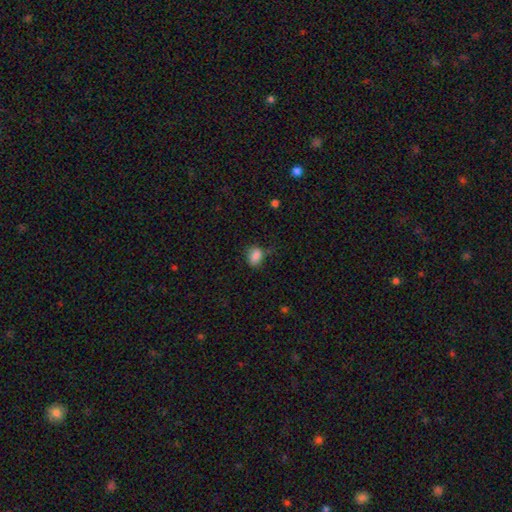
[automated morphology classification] This is clearly a smooth galaxy (85%). How rounded: likely in between (66%). Merging: likely none (65%).